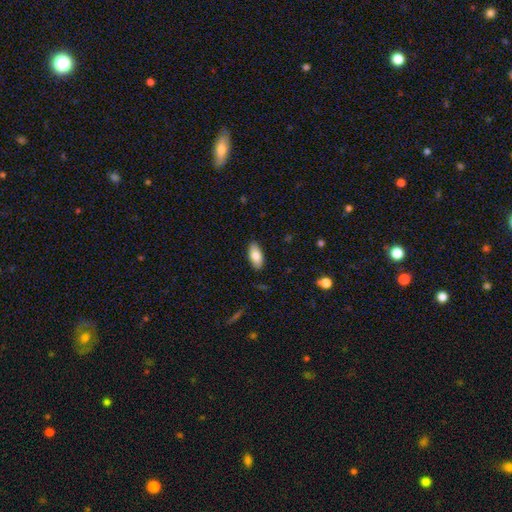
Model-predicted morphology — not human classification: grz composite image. It shows a smooth galaxy with no disk features (84%) that is in between round and cigar-shaped (90%). Merging: none (88%).